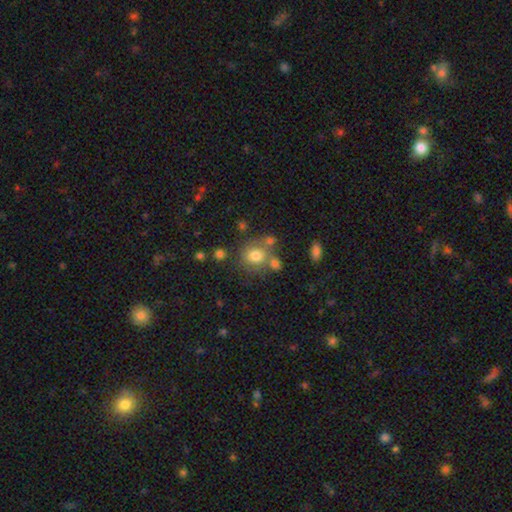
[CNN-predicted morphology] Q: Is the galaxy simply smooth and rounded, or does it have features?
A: smooth — 73%.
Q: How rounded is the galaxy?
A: round — 73%.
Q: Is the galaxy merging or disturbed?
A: none — 54%.